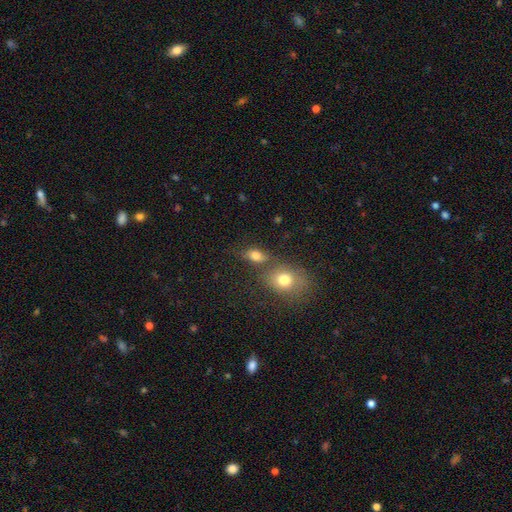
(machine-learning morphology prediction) This is likely a smooth galaxy (79%). How rounded: likely in between (79%). Merging: possibly none (60%).